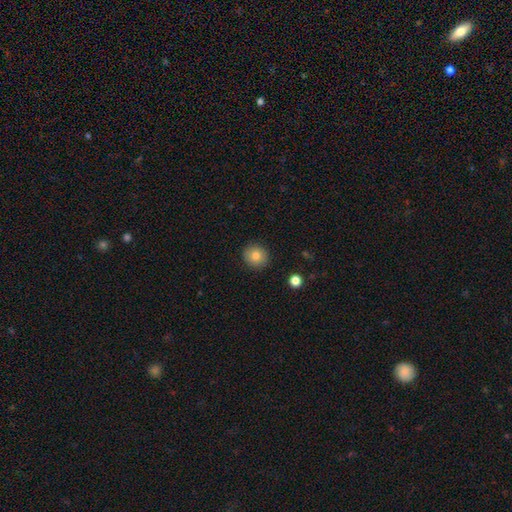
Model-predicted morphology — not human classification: smooth 81%, featured or disk 10%, star or artifact 10%. Down the decision tree: how rounded — round (89%); merging — none (90%).